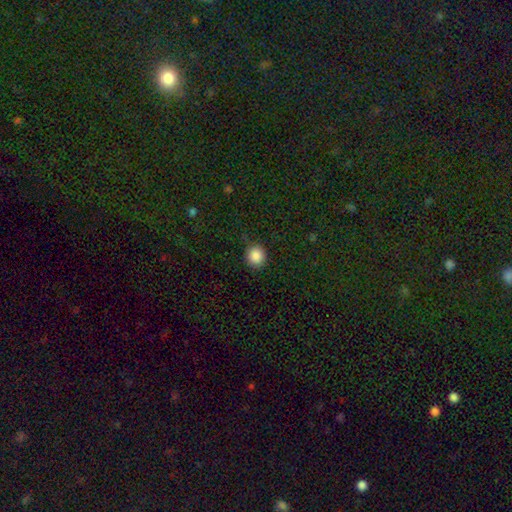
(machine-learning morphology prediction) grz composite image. It shows a smooth galaxy with no disk features (87%) that is round (89%). Merging: none (85%).